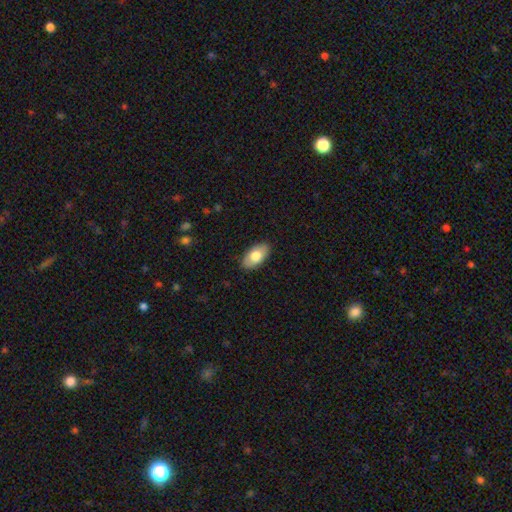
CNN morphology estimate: This is likely a smooth galaxy (74%). How rounded: clearly in between (94%). Merging: clearly none (87%).